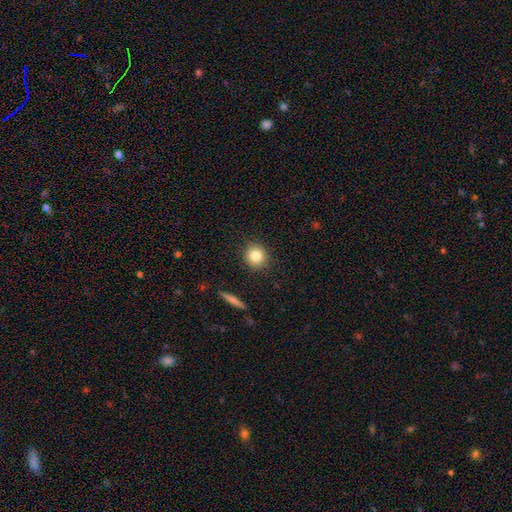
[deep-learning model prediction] A smooth galaxy with no disk features (82%) that is round (87%). Merging: none (89%).